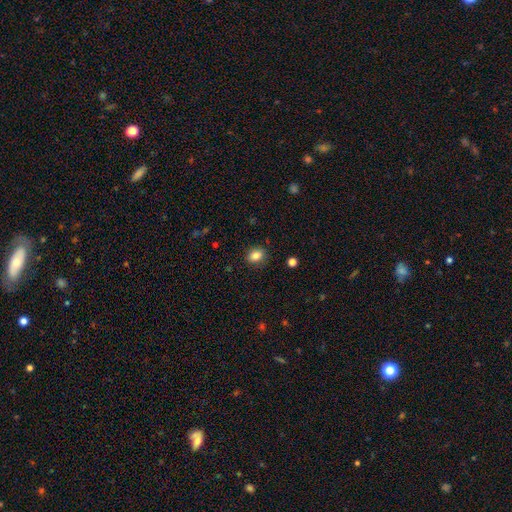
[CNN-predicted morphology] Smooth or featured?
  - smooth: 86% *
  - star or artifact: 10%
  - featured or disk: 4%
How rounded?
  - in between: 59% *
  - round: 40%
  - cigar-shaped: 1%
Merging?
  - none: 86% *
  - minor disturbance: 10%
  - major disturbance: 3%
  - merger: 1%